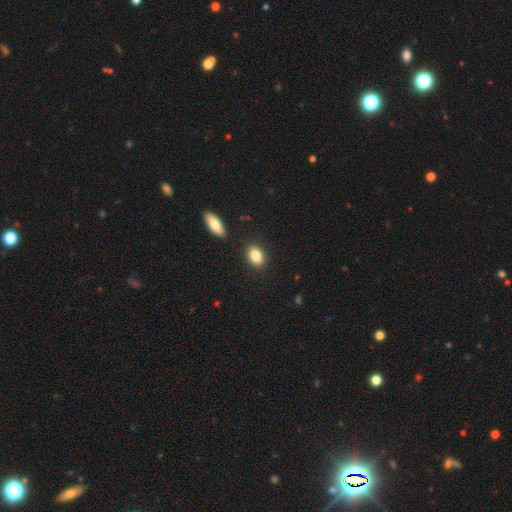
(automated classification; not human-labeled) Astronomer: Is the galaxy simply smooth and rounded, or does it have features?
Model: smooth — 86%.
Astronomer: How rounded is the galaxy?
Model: in between — 84%.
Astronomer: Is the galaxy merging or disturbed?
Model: none — 85%.